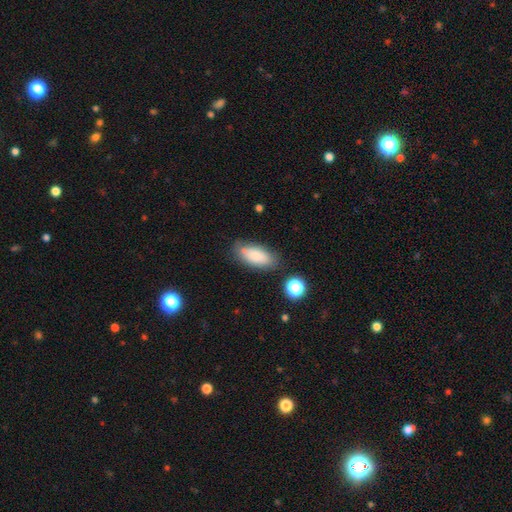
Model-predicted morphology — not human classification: A smooth galaxy with no disk features (81%) that is in between round and cigar-shaped (86%). Merging: none (70%).